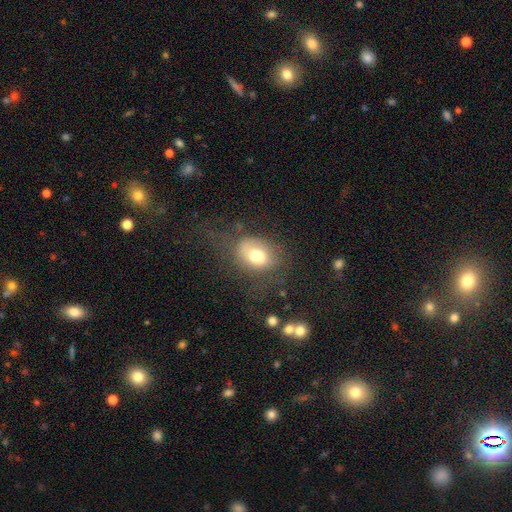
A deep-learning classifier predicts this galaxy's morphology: This appears to be a smooth galaxy with no disk features (71%) that is in between round and cigar-shaped (62%). Merging: none (51%).